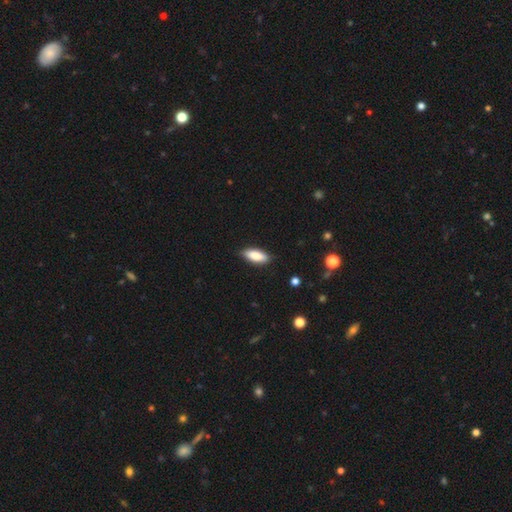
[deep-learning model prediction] Smooth or featured? smooth (84%)
How rounded? in between (77%)
Merging? none (86%)